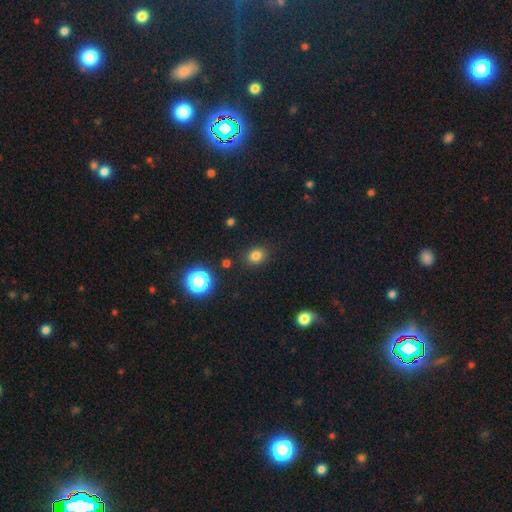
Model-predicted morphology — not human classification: Q: Smooth or featured?
A: smooth (80%); runner-up: star or artifact (15%)
Q: How rounded?
A: round (63%); runner-up: in between (36%)
Q: Merging?
A: none (87%); runner-up: minor disturbance (9%)